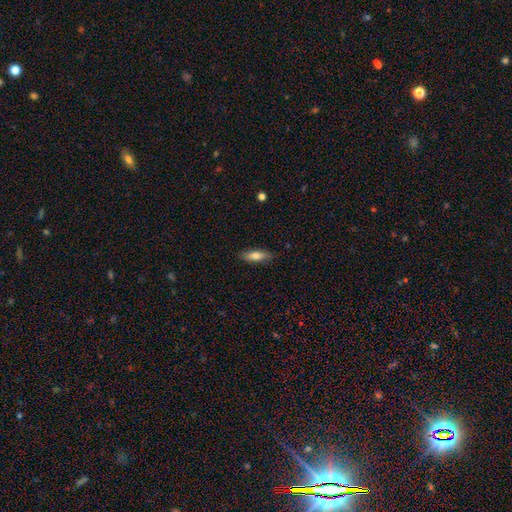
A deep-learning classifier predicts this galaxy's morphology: Smooth or featured?
  - smooth: 72% *
  - featured or disk: 22%
  - star or artifact: 6%
How rounded?
  - cigar-shaped: 50% *
  - in between: 48%
  - round: 2%
Merging?
  - none: 86% *
  - minor disturbance: 11%
  - major disturbance: 2%
  - merger: 1%